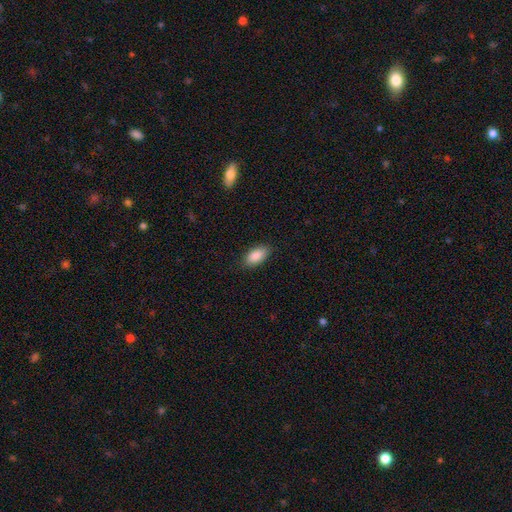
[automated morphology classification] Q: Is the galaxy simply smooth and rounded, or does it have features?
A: smooth — 88%.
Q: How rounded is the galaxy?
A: in between — 93%.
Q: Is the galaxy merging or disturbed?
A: none — 87%.